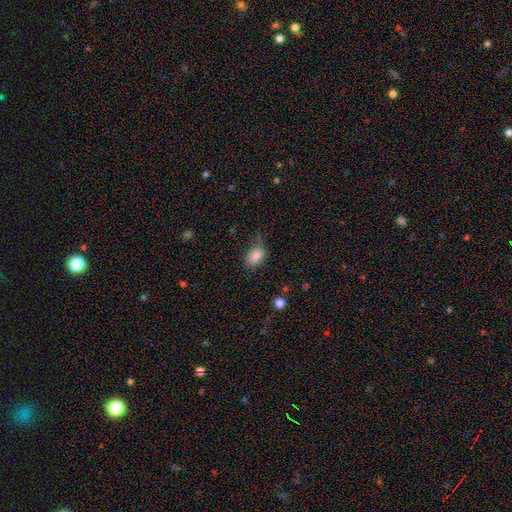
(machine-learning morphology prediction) smooth_or_featured: smooth (p=0.85) [alt: star or artifact p=0.08]
how_rounded: in between (p=0.88) [alt: round p=0.10]
merging: none (p=0.57) [alt: minor disturbance p=0.31]